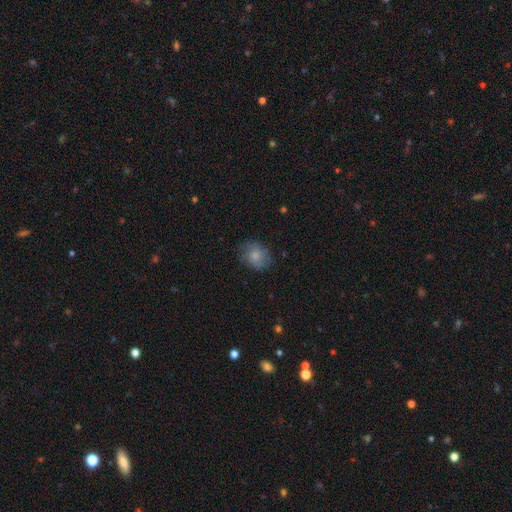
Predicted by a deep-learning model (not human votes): smooth-or-featured: smooth: 77% | featured or disk: 16% | star or artifact: 8%
  how-rounded: in between: 50% | round: 49% | cigar-shaped: 1%
  merging: none: 74% | minor disturbance: 19% | major disturbance: 6% | merger: 1%